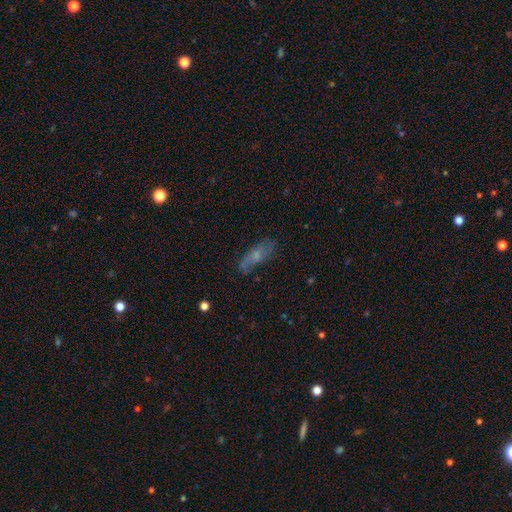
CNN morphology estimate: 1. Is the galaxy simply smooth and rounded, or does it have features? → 48% smooth, 42% featured or disk, 10% star or artifact.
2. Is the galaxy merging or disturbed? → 65% none, 23% minor disturbance, 9% major disturbance, 2% merger.